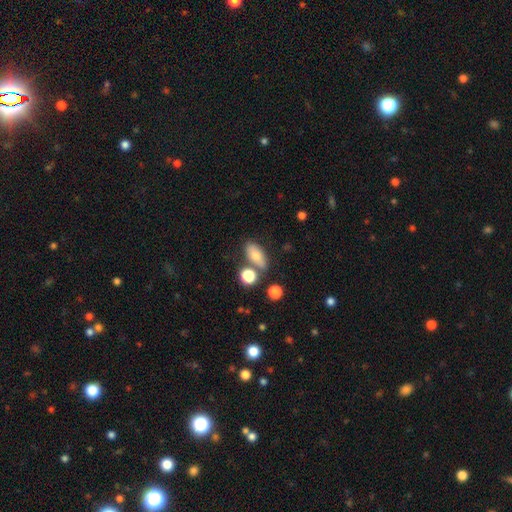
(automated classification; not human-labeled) smooth 73%, featured or disk 17%, star or artifact 10%. Down the decision tree: how rounded — in between (80%); merging — none (64%).